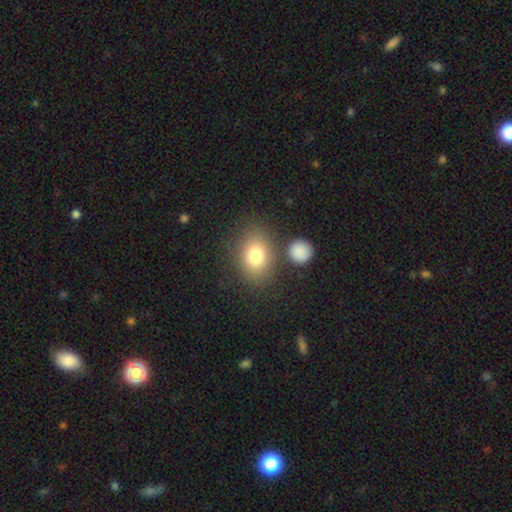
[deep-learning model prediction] Smooth or featured: smooth — 79% (featured or disk — 11%)
How rounded: in between — 59% (round — 40%)
Merging: none — 75% (minor disturbance — 12%)